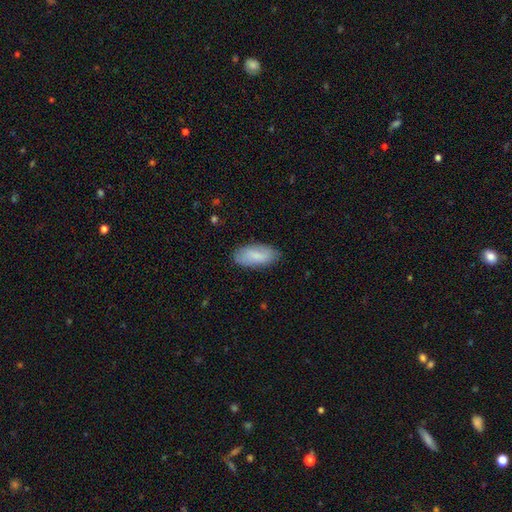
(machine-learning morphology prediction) smooth_or_featured: smooth (p=0.79) [alt: featured or disk p=0.15]
how_rounded: in between (p=0.89) [alt: cigar-shaped p=0.09]
merging: none (p=0.83) [alt: minor disturbance p=0.13]